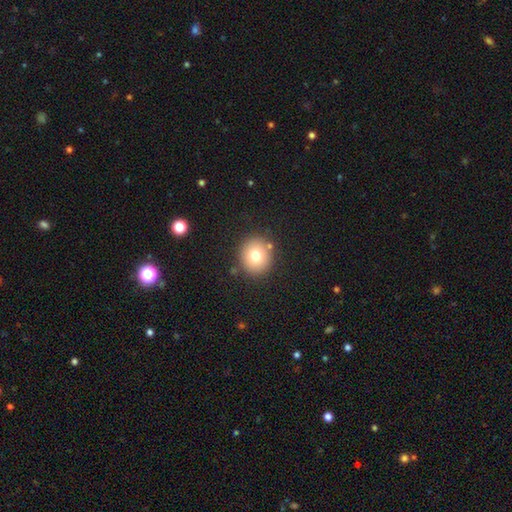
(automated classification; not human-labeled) A smooth galaxy with no disk features (76%) that is round (86%).

Vote fractions:
- Smooth or featured? smooth: 76% / featured or disk: 13% / star or artifact: 12%
- How rounded? round: 86% / in between: 13% / cigar-shaped: 1%
- Merging? none: 85% / minor disturbance: 8% / merger: 4% / major disturbance: 3%